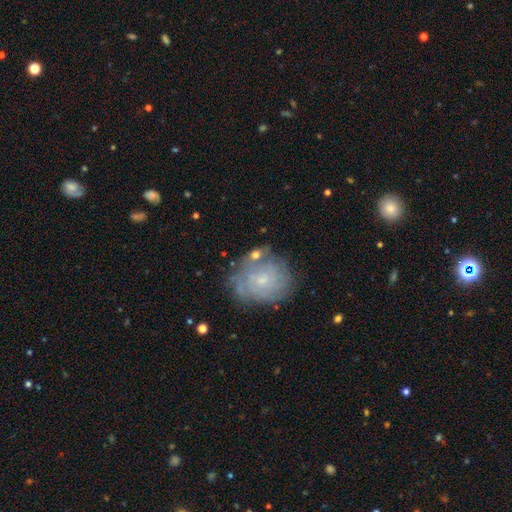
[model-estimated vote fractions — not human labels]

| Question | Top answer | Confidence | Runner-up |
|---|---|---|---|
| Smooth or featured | featured or disk | 58% | smooth (32%) |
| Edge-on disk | no | 97% | yes (3%) |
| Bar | no | 70% | weak (25%) |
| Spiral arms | yes | 73% | no (27%) |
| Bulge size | small | 71% | moderate (20%) |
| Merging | none | 60% | minor disturbance (20%) |